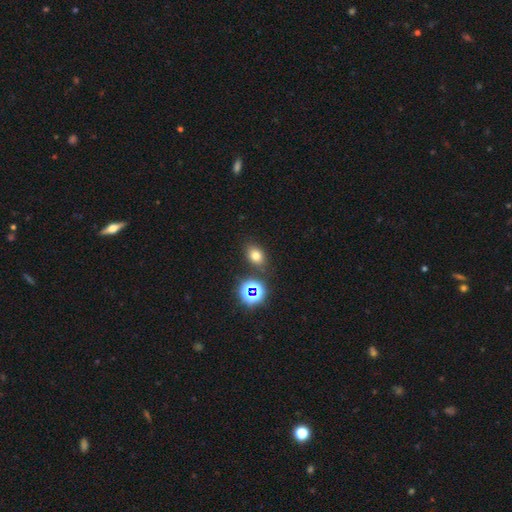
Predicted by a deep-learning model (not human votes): Smooth or featured? Predicted: smooth (p=0.70). How rounded? Predicted: in between (p=0.66). Merging? Predicted: none (p=0.81).